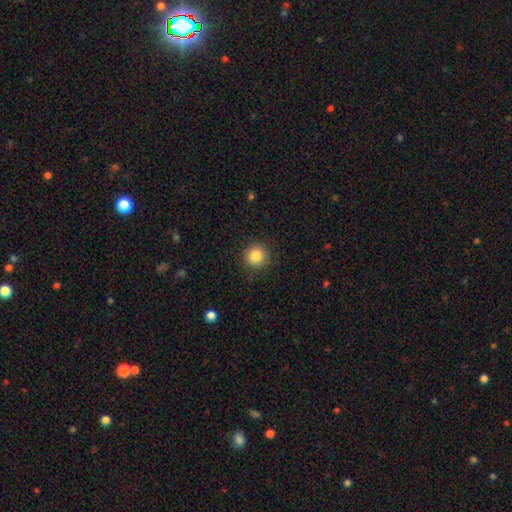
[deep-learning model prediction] smooth-or-featured: smooth: 84% | star or artifact: 11% | featured or disk: 5%
  how-rounded: round: 94% | in between: 5% | cigar-shaped: 1%
  merging: none: 89% | minor disturbance: 8% | major disturbance: 3% | merger: 1%